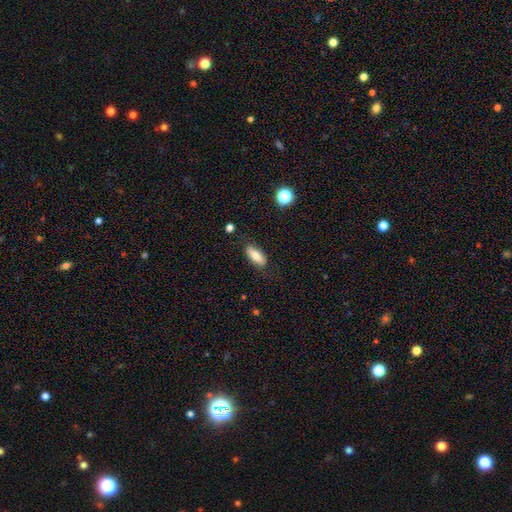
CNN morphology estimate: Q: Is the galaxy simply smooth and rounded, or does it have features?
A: smooth — 75%.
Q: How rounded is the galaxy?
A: in between — 77%.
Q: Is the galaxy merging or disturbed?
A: none — 80%.